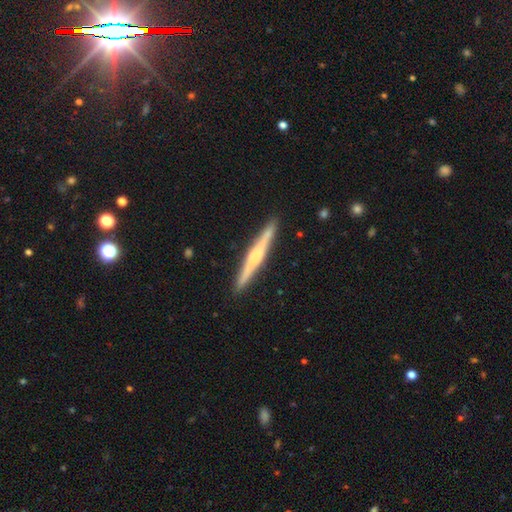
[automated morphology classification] This is likely a featured or disk galaxy (68%). It is clearly viewed edge-on (98%). Edge-on bulge: possibly rounded (56%). Merging: clearly none (91%).